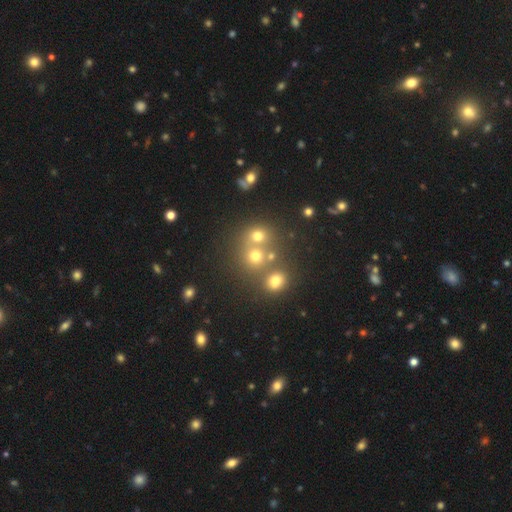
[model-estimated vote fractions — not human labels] Overall: smooth (51%; star or artifact 33%). How rounded: round (83%). Merging: none (48%; merger 42%).